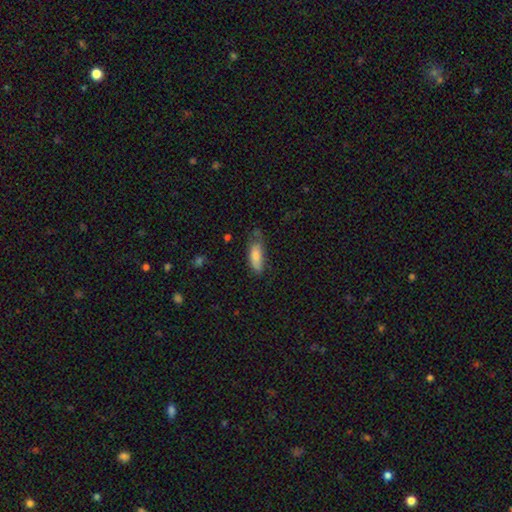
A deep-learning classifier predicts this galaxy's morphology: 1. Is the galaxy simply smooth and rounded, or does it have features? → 80% smooth, 13% featured or disk, 7% star or artifact.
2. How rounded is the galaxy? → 65% in between, 33% cigar-shaped, 2% round.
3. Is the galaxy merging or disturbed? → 53% none, 34% minor disturbance, 10% major disturbance, 3% merger.